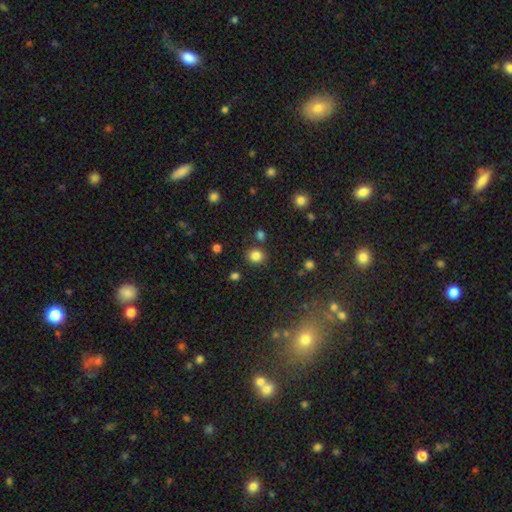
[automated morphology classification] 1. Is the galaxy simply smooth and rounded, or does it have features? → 83% smooth, 13% star or artifact, 4% featured or disk.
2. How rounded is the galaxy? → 84% round, 15% in between, 1% cigar-shaped.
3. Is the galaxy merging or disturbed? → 85% none, 8% minor disturbance, 5% merger, 3% major disturbance.